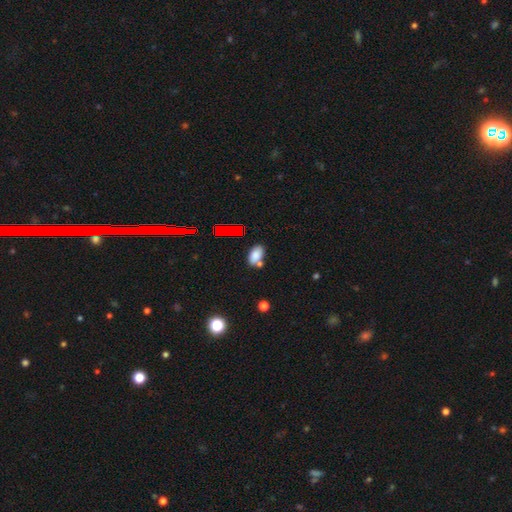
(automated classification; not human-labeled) smooth-or-featured: smooth: 79% | star or artifact: 13% | featured or disk: 9%
  how-rounded: in between: 90% | round: 8% | cigar-shaped: 2%
  merging: none: 56% | merger: 22% | minor disturbance: 16% | major disturbance: 5%